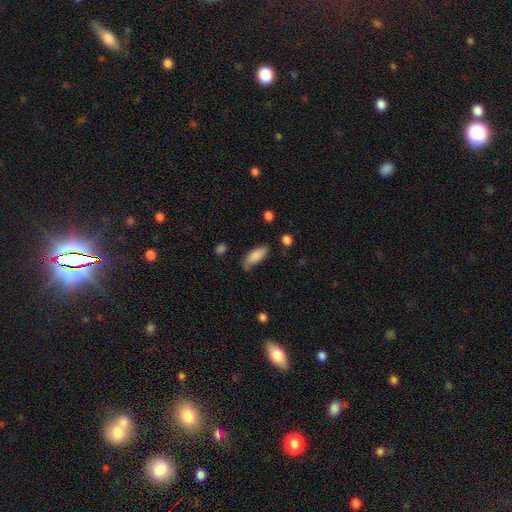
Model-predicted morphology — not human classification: Q: Smooth or featured?
A: smooth (83%); runner-up: featured or disk (10%)
Q: How rounded?
A: in between (80%); runner-up: cigar-shaped (18%)
Q: Merging?
A: none (60%); runner-up: minor disturbance (29%)